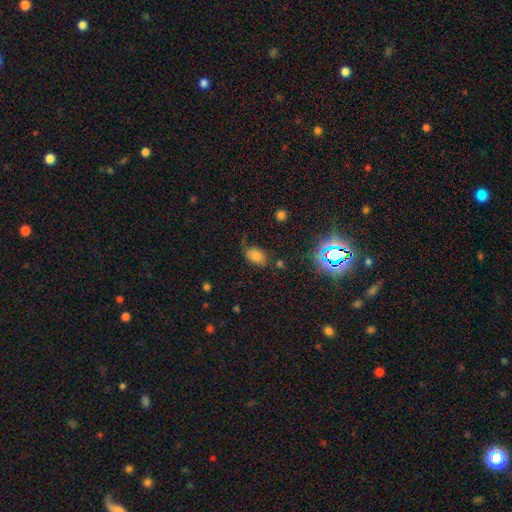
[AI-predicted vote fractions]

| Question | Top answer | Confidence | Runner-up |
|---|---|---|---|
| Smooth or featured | smooth | 70% | star or artifact (17%) |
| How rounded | in between | 88% | round (11%) |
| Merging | none | 61% | minor disturbance (26%) |